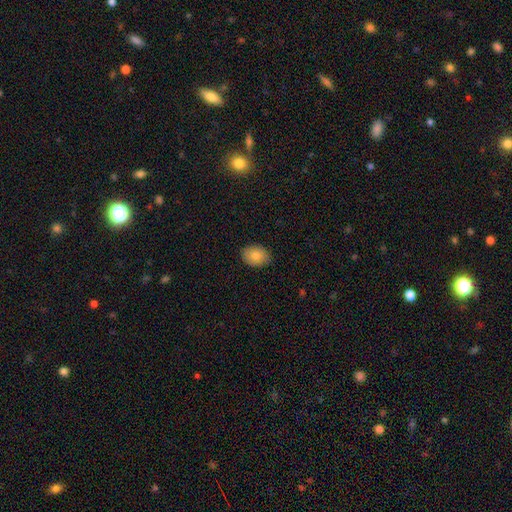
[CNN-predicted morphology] smooth_or_featured: smooth (p=0.81) [alt: featured or disk p=0.11]
how_rounded: in between (p=0.72) [alt: round p=0.27]
merging: none (p=0.85) [alt: minor disturbance p=0.12]